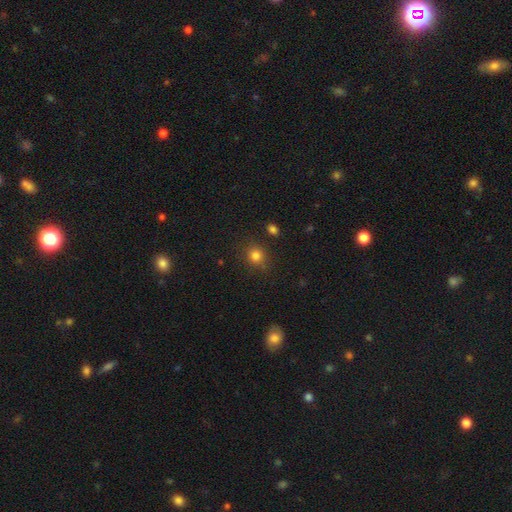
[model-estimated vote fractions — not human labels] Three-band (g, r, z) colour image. It shows a smooth galaxy with no disk features (82%) that is round (84%). Merging: none (84%).